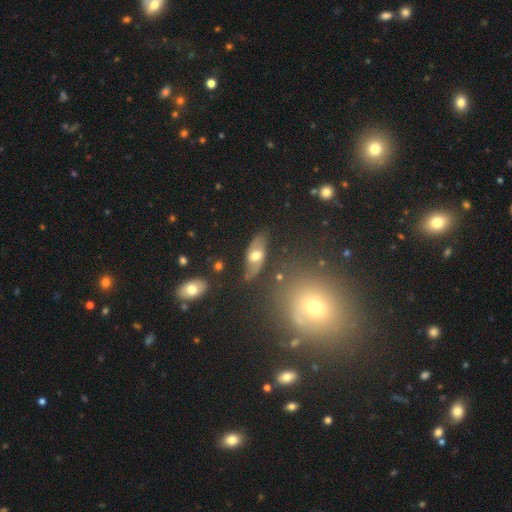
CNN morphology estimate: Q: Smooth or featured?
A: featured or disk (47%); runner-up: smooth (46%)
Q: Merging?
A: none (71%); runner-up: minor disturbance (18%)